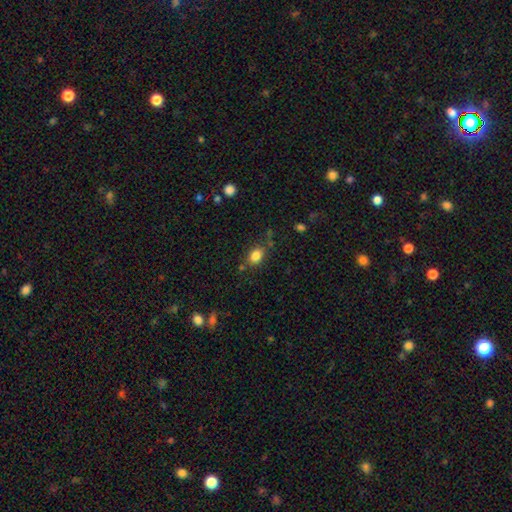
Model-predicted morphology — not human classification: Smooth or featured? smooth (83%)
How rounded? in between (64%)
Merging? none (75%)